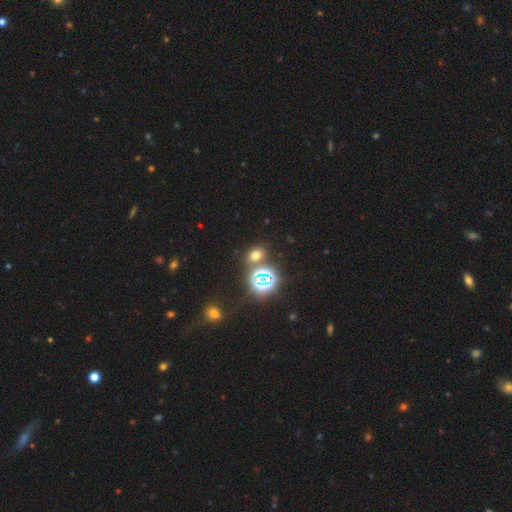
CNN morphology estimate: type=smooth (54%); roundness=in between (50%); merging=none (78%).